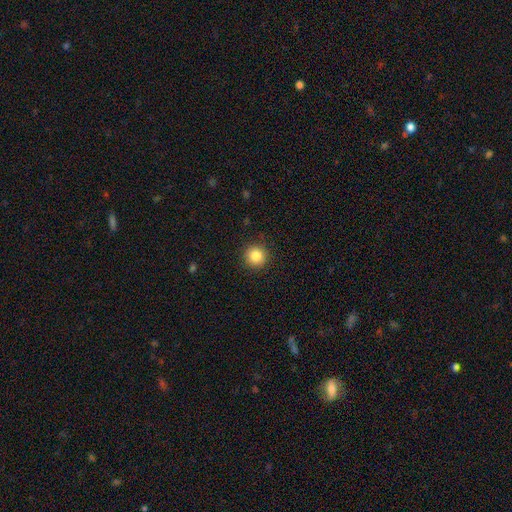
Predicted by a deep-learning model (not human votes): This appears to be a smooth galaxy with no disk features (85%) that is round (94%). Merging: none (91%).